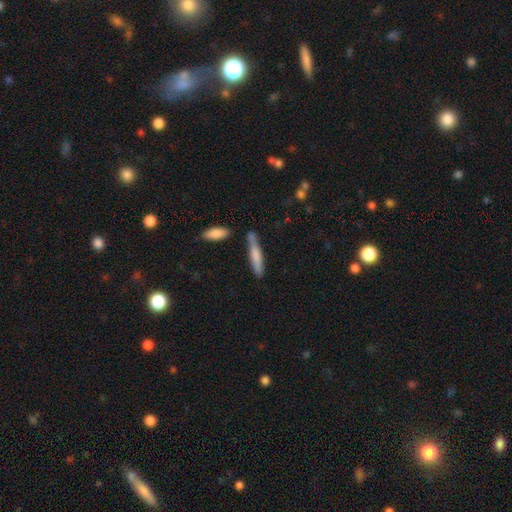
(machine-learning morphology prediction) The model was most divided on "smooth or featured": smooth: 71%, featured or disk: 23%, star or artifact: 6%. More confident: how rounded — cigar-shaped (88%); merging — none (71%).